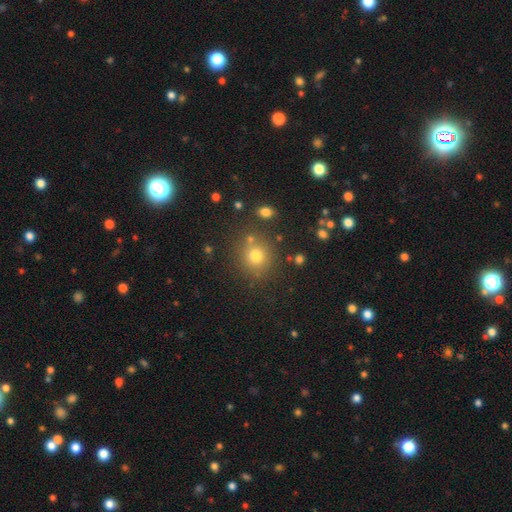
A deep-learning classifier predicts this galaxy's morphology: type=smooth (75%); roundness=round (89%); merging=none (79%).